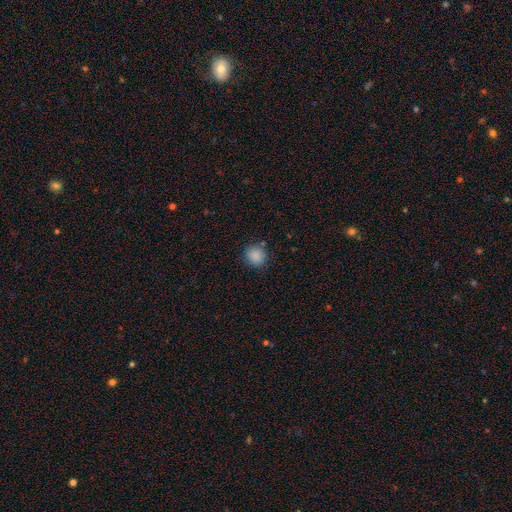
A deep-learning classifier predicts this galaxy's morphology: smooth-or-featured: smooth: 87% | star or artifact: 9% | featured or disk: 3%
  how-rounded: round: 87% | in between: 12% | cigar-shaped: 1%
  merging: none: 85% | minor disturbance: 10% | major disturbance: 3% | merger: 2%